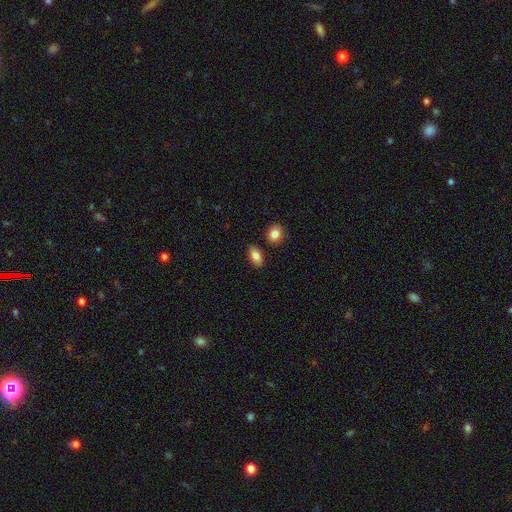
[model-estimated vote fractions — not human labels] Morphology: type=smooth (85%); roundness=in between (89%); merging=none (83%).